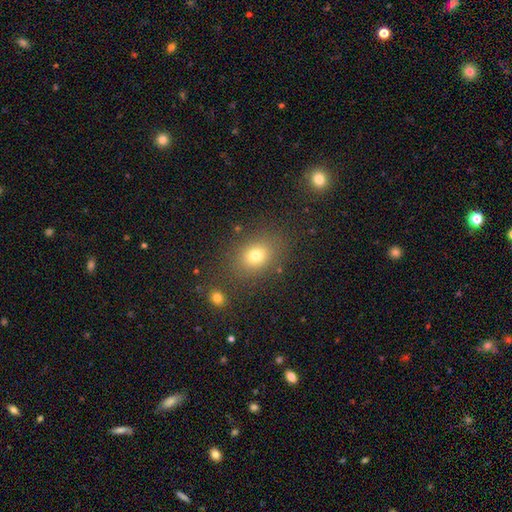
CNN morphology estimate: This is likely a smooth galaxy (75%). How rounded: possibly in between (53%). Merging: clearly none (81%).